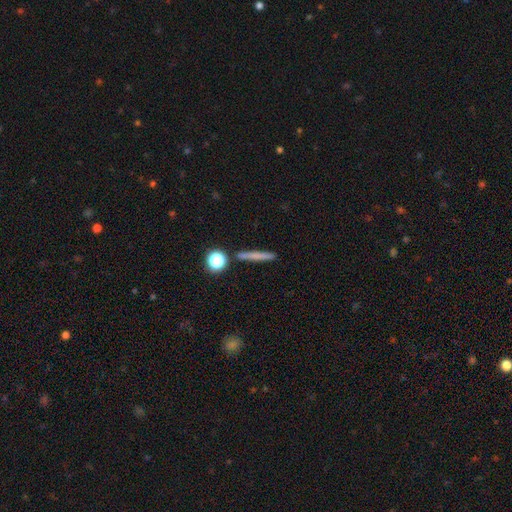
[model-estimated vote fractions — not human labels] Q: Smooth or featured?
A: smooth (66%); runner-up: featured or disk (24%)
Q: How rounded?
A: cigar-shaped (89%); runner-up: round (6%)
Q: Merging?
A: none (88%); runner-up: minor disturbance (7%)